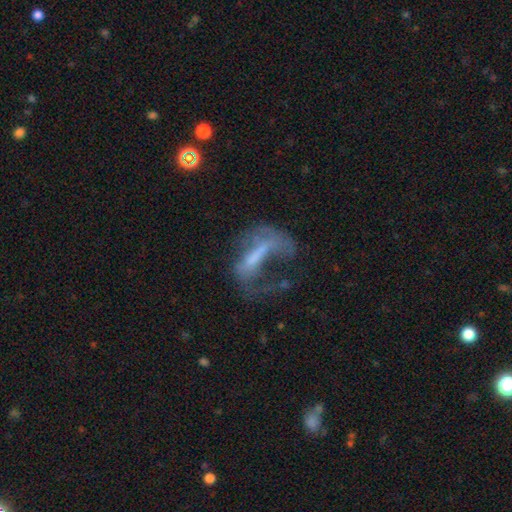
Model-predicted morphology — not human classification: Overall: featured or disk (58%; smooth 28%). Edge-on disk: no (89%). Bar: strong (36%; no 35%). Spiral arms: no (60%; yes 40%). Bulge size: none (47%; small 26%). Merging: major disturbance (54%; none 25%).